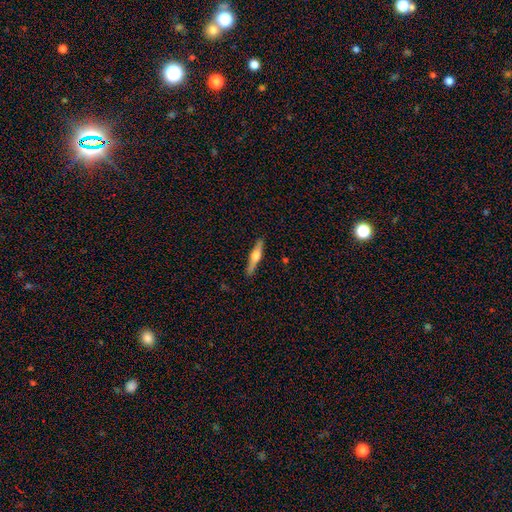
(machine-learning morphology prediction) Overall: featured or disk (58%; smooth 37%). Edge-on disk: yes (96%). Edge-on bulge: rounded (91%). Merging: none (88%).